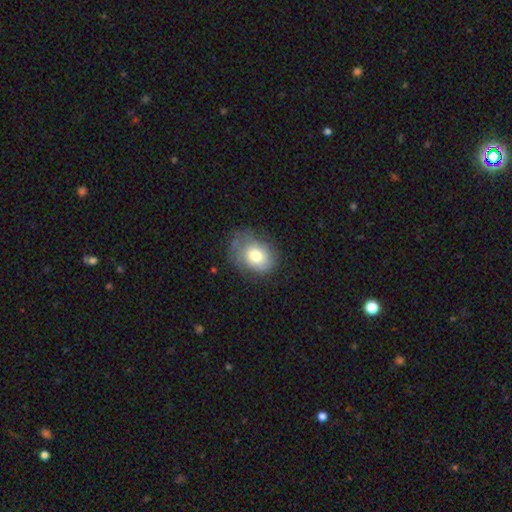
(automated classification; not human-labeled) A smooth galaxy with no disk features (68%) that is round (50%).

Vote fractions:
- Smooth or featured? smooth: 68% / featured or disk: 23% / star or artifact: 9%
- How rounded? round: 50% / in between: 49% / cigar-shaped: 1%
- Merging? none: 60% / minor disturbance: 26% / major disturbance: 12% / merger: 1%